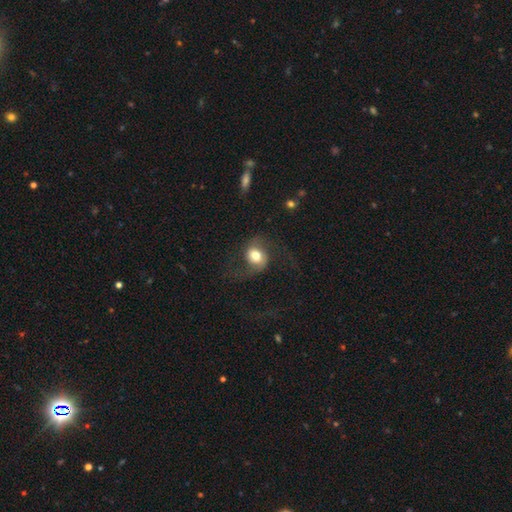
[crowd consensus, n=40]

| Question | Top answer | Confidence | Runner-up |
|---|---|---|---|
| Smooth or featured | featured or disk | 52% | smooth (42%) |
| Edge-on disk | no | 95% | yes (5%) |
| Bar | no | 75% | weak (25%) |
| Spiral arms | yes | 80% | no (20%) |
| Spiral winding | loose | 100% | — |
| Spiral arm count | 2 | 94% | 1 (6%) |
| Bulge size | large | 45% | moderate (35%) |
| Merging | none | 42% | major disturbance (32%) |